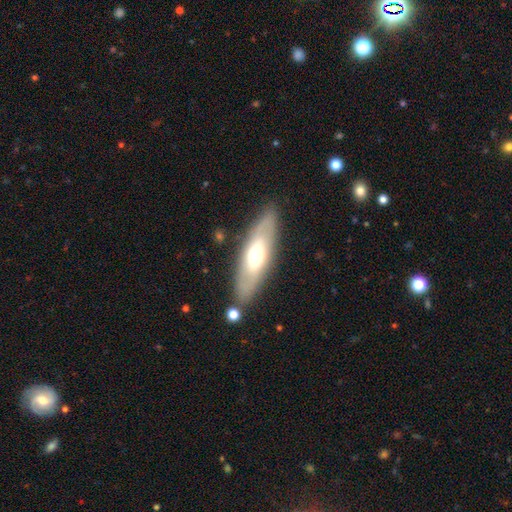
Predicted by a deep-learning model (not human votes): smooth-or-featured: featured or disk: 48% | smooth: 46% | star or artifact: 6%
  merging: none: 83% | minor disturbance: 11% | merger: 3% | major disturbance: 3%